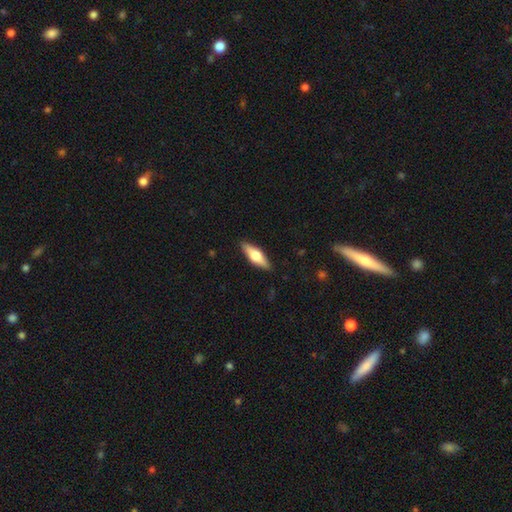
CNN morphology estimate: A smooth galaxy with no disk features (47%, tied with featured or disk). Merging: none (89%).